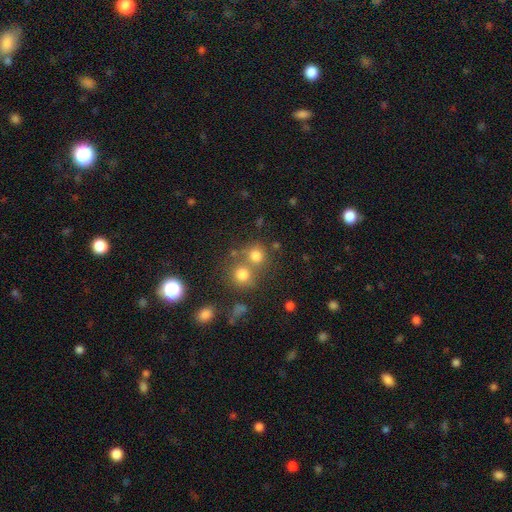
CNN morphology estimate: Q: Smooth or featured?
A: smooth (76%); runner-up: star or artifact (15%)
Q: How rounded?
A: round (84%); runner-up: in between (15%)
Q: Merging?
A: none (53%); runner-up: merger (36%)